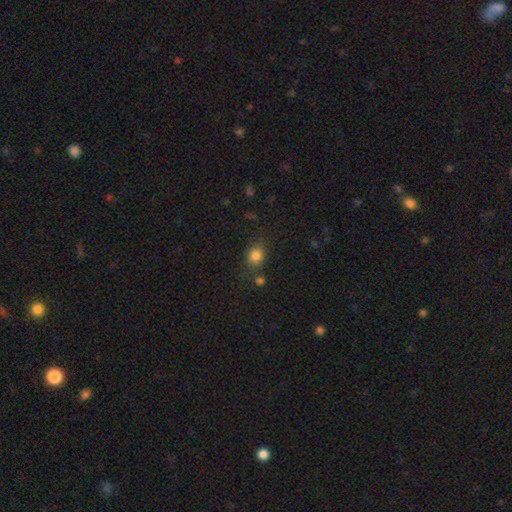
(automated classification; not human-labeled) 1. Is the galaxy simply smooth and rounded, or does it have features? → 82% smooth, 12% star or artifact, 6% featured or disk.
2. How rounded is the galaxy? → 56% round, 43% in between, 1% cigar-shaped.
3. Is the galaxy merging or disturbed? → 72% none, 15% minor disturbance, 8% merger, 6% major disturbance.